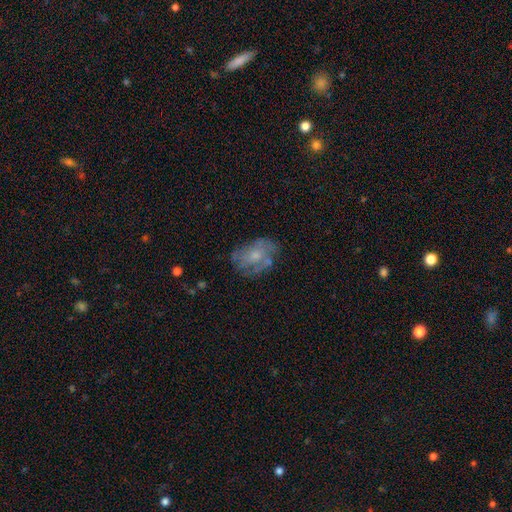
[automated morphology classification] A featured or disk galaxy (53%) with no bar (85%), no spiral arms (53%) and a small central bulge (54%).

Vote fractions:
- Smooth or featured? featured or disk: 53% / smooth: 38% / star or artifact: 9%
- Edge-on disk? no: 97% / yes: 3%
- Bar? no: 85% / weak: 13% / strong: 2%
- Spiral arms? no: 53% / yes: 47%
- Bulge size? small: 54% / moderate: 37% / none: 6% / large: 2% / dominant: 1%
- Merging? none: 60% / minor disturbance: 24% / major disturbance: 13% / merger: 3%